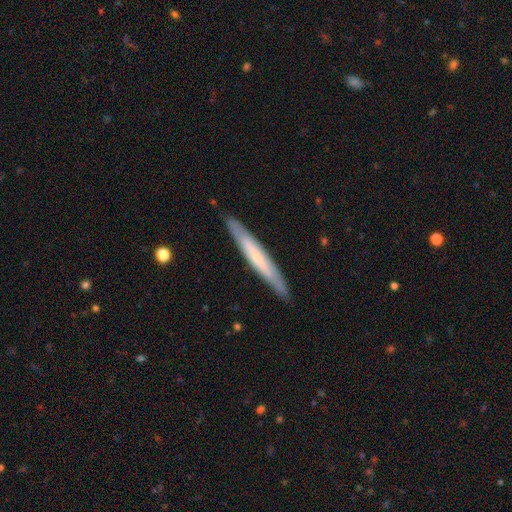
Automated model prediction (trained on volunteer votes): Smooth or featured? Predicted: featured or disk (p=0.48). Merging? Predicted: none (p=0.90).